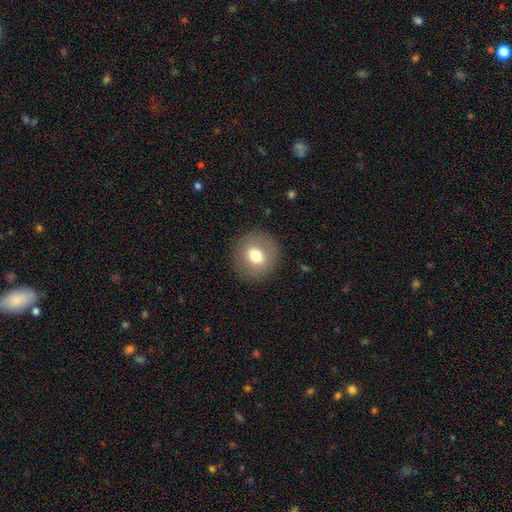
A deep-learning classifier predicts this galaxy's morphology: smooth-or-featured: smooth: 71% | featured or disk: 20% | star or artifact: 9%
  how-rounded: round: 85% | in between: 14% | cigar-shaped: 1%
  merging: none: 89% | minor disturbance: 7% | major disturbance: 3% | merger: 1%